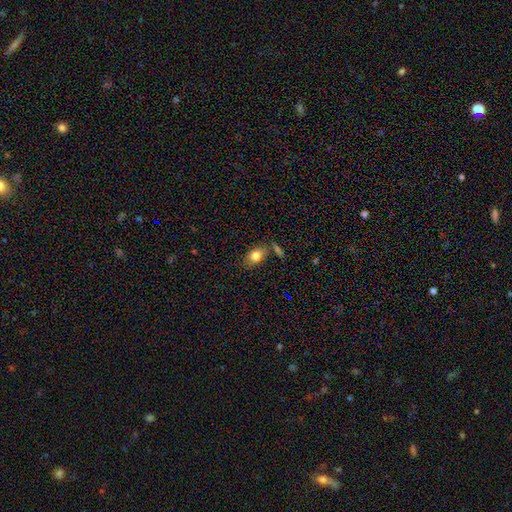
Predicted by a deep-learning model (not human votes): Smooth or featured? Predicted: smooth (p=0.82). How rounded? Predicted: in between (p=0.80). Merging? Predicted: none (p=0.68).